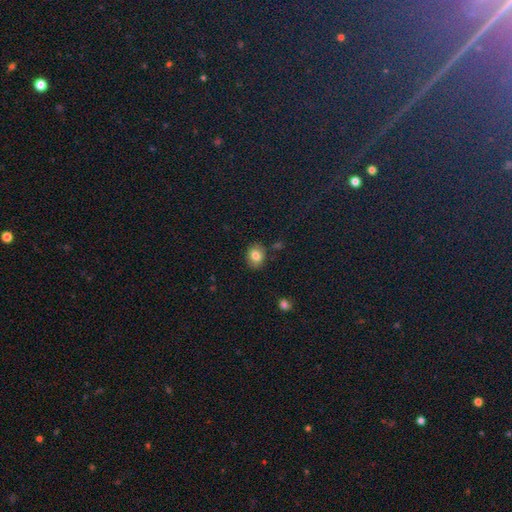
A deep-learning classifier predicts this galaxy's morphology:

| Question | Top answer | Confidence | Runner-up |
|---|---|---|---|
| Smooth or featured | smooth | 81% | star or artifact (10%) |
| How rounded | round | 54% | in between (45%) |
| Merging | none | 83% | minor disturbance (11%) |